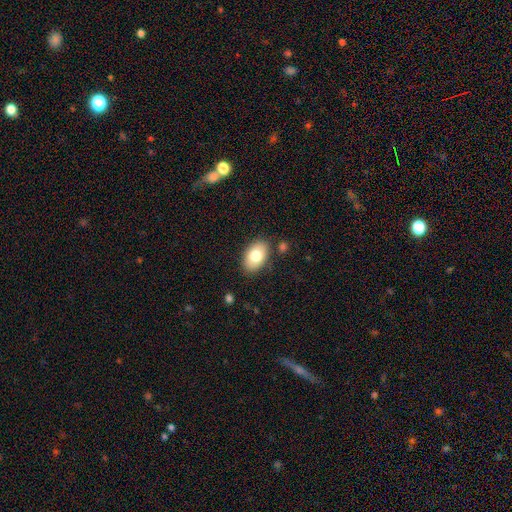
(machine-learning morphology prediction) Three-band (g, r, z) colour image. It shows a smooth galaxy with no disk features (77%) that is in between round and cigar-shaped (91%). Merging: none (84%).